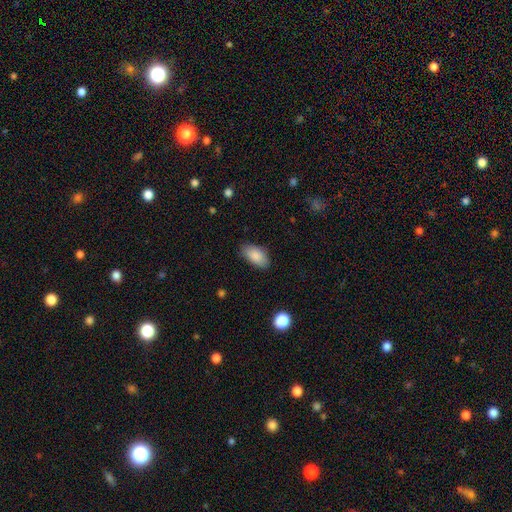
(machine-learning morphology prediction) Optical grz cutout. It shows a smooth galaxy with no disk features (87%) that is in between round and cigar-shaped (93%). Merging: none (83%).